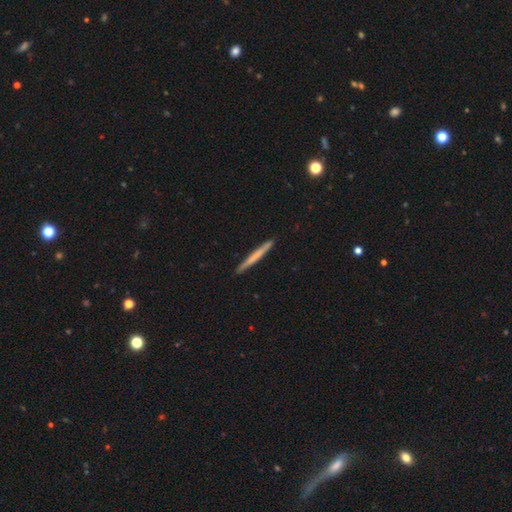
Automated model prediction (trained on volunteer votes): The model was most divided on "smooth or featured": smooth: 60%, featured or disk: 35%, star or artifact: 5%. More confident: how rounded — cigar-shaped (97%); merging — none (92%).